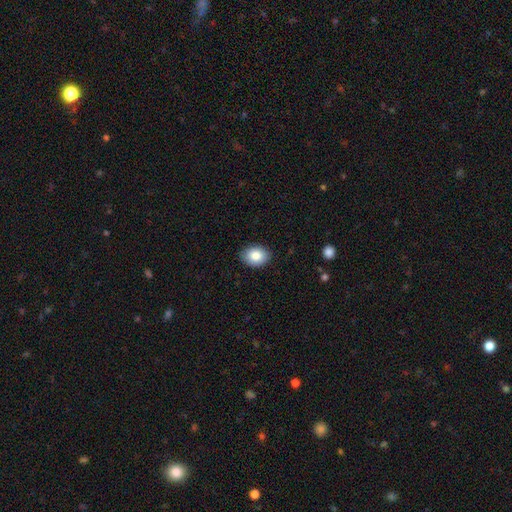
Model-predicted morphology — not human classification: Overall: smooth (86%). How rounded: in between (69%; round 30%). Merging: none (88%).